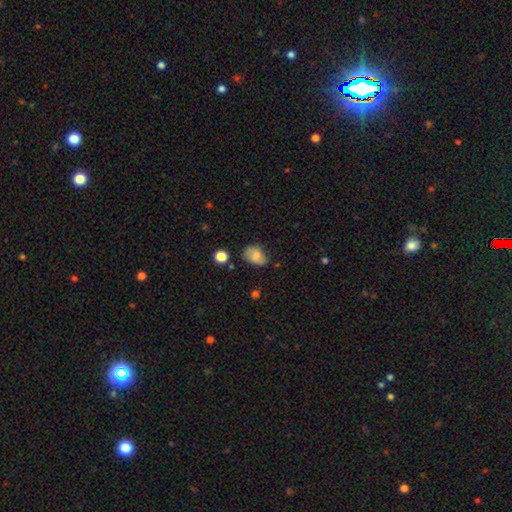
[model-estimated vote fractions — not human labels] The model was most divided on "merging": none: 57%, minor disturbance: 32%, major disturbance: 7%, merger: 3%. More confident: smooth or featured — smooth (74%); how rounded — in between (67%).